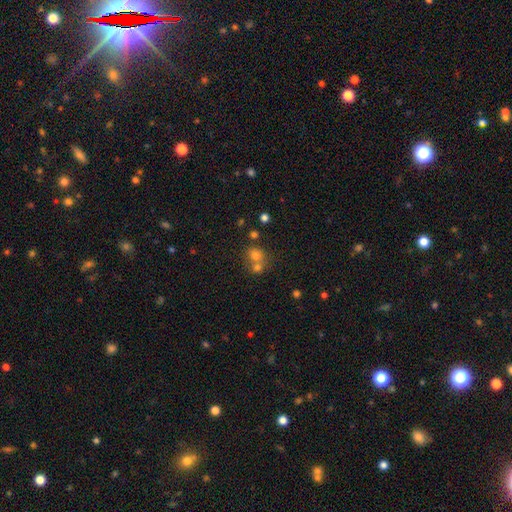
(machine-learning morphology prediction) The model was most divided on "merging": merger: 50%, none: 40%, minor disturbance: 7%, major disturbance: 3%. More confident: how rounded — round (77%); smooth or featured — smooth (70%).